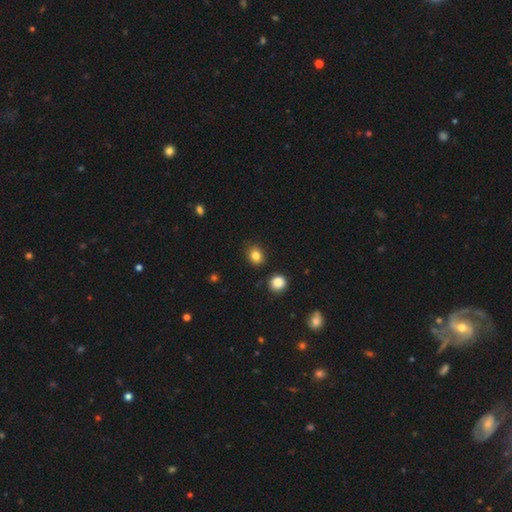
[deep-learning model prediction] smooth_or_featured: smooth (p=0.83) [alt: star or artifact p=0.11]
how_rounded: round (p=0.64) [alt: in between p=0.35]
merging: none (p=0.86) [alt: minor disturbance p=0.09]